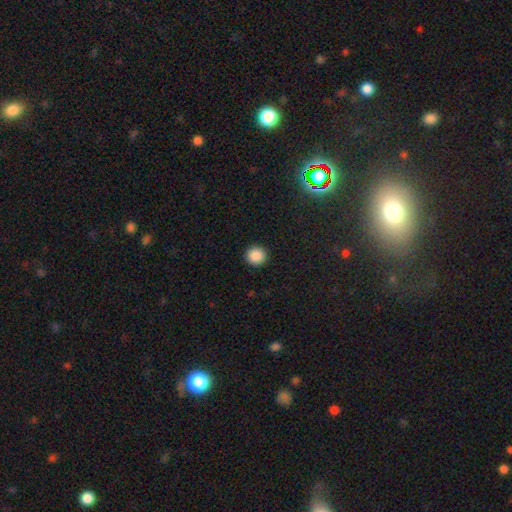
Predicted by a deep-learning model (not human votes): This is clearly a smooth galaxy (88%). How rounded: clearly round (93%). Merging: clearly none (92%).